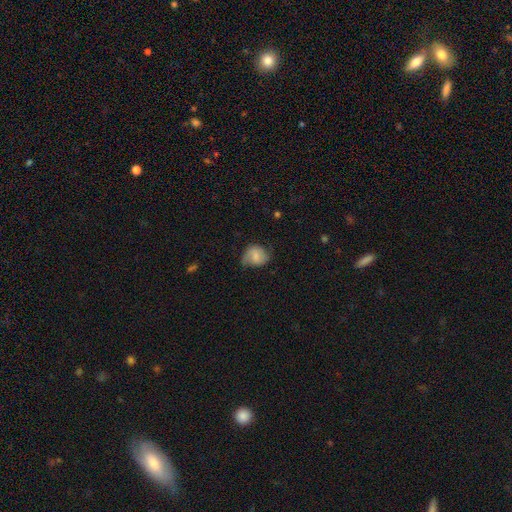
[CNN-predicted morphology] Smooth or featured? smooth (58%)
How rounded? round (56%)
Merging? none (48%)